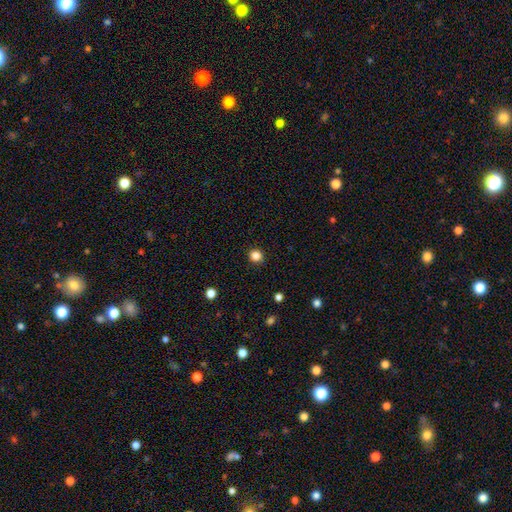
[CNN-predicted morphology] Smooth or featured: smooth — 85% (star or artifact — 12%)
How rounded: round — 91% (in between — 8%)
Merging: none — 92% (minor disturbance — 5%)